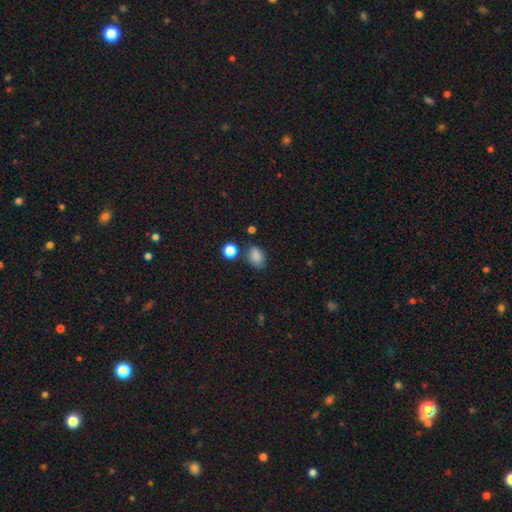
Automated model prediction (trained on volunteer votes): smooth 85%, star or artifact 11%, featured or disk 5%. Down the decision tree: how rounded — in between (77%); merging — none (70%).